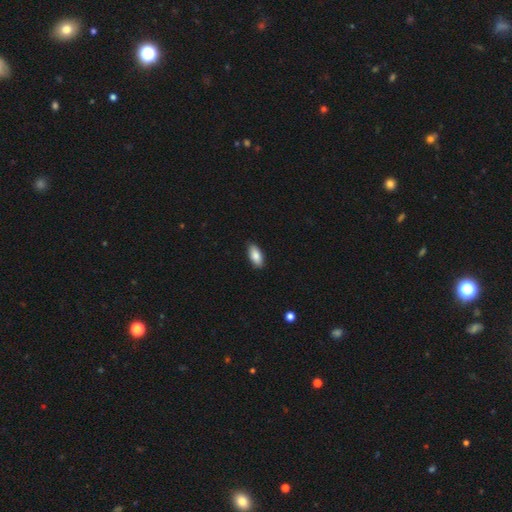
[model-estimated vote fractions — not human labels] Q: Smooth or featured?
A: smooth (87%); runner-up: featured or disk (7%)
Q: How rounded?
A: in between (90%); runner-up: cigar-shaped (8%)
Q: Merging?
A: none (87%); runner-up: minor disturbance (10%)